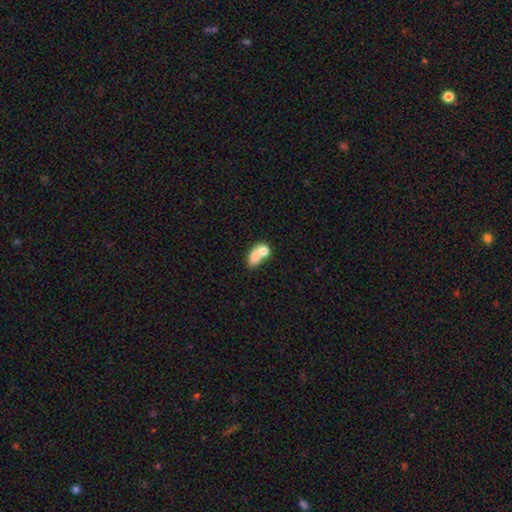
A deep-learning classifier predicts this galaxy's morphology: Smooth or featured: smooth — 71% (featured or disk — 20%)
How rounded: in between — 72% (round — 25%)
Merging: merger — 69% (none — 18%)